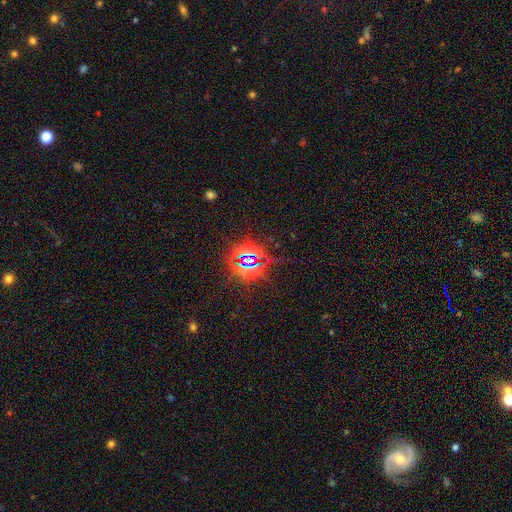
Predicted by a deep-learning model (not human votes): Overall: star or artifact (83%).